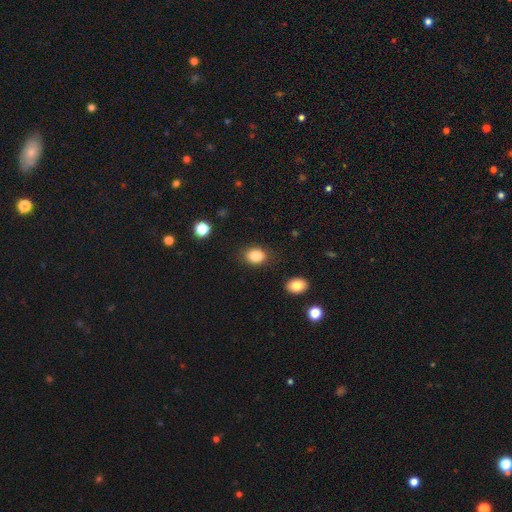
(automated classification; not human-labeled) Q: Smooth or featured?
A: smooth (84%); runner-up: star or artifact (9%)
Q: How rounded?
A: in between (59%); runner-up: round (40%)
Q: Merging?
A: none (84%); runner-up: minor disturbance (10%)